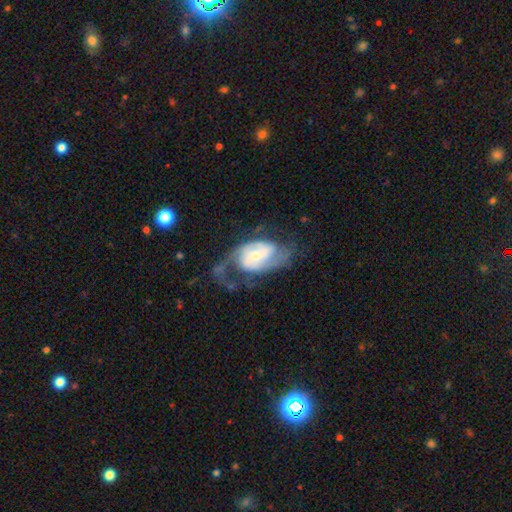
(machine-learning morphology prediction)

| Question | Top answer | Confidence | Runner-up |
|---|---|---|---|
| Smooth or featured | featured or disk | 85% | smooth (10%) |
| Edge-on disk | no | 96% | yes (4%) |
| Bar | weak | 46% | no (32%) |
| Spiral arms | yes | 94% | no (6%) |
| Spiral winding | medium | 48% | tight (26%) |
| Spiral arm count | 2 | 75% | can't tell (11%) |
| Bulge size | small | 59% | moderate (33%) |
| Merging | none | 49% | major disturbance (28%) |